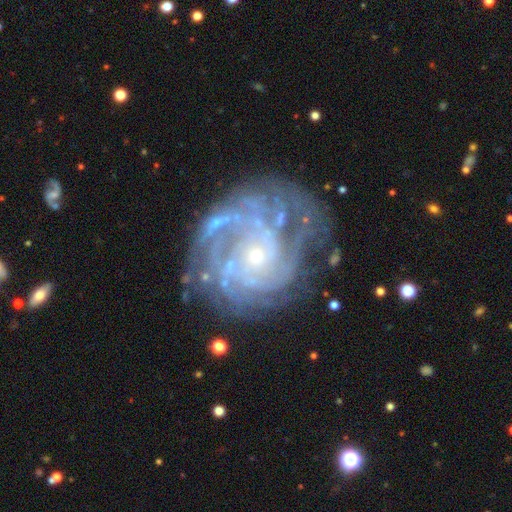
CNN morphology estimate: Smooth or featured: featured or disk — 89% (star or artifact — 6%)
Edge-on disk: no — 98% (yes — 2%)
Bar: no — 75% (weak — 19%)
Spiral arms: yes — 97% (no — 3%)
Spiral winding: tight — 71% (medium — 24%)
Spiral arm count: can't tell — 24% (4 — 23%)
Bulge size: small — 77% (moderate — 18%)
Merging: none — 69% (minor disturbance — 18%)